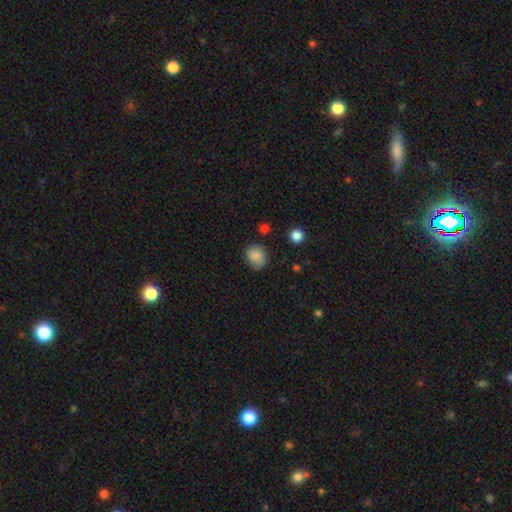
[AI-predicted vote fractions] A smooth galaxy with no disk features (85%) that is round (62%). Merging: none (69%).